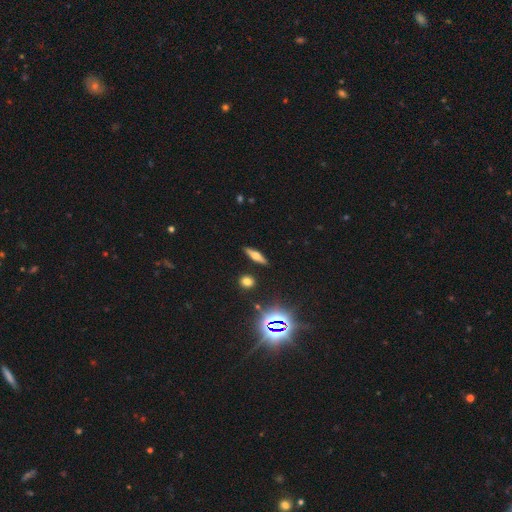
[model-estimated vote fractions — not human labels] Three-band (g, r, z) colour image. It shows a featured or disk galaxy (45%). Merging: none (88%).